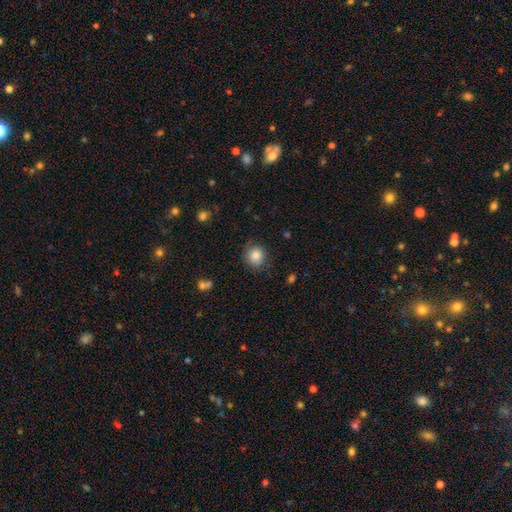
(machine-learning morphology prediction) Overall: smooth (85%). How rounded: round (84%). Merging: none (78%).